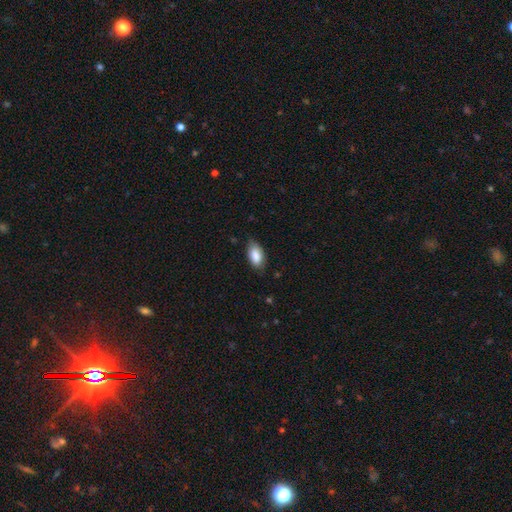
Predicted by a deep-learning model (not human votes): This appears to be a smooth galaxy with no disk features (87%) that is in between round and cigar-shaped (93%). Merging: none (76%).